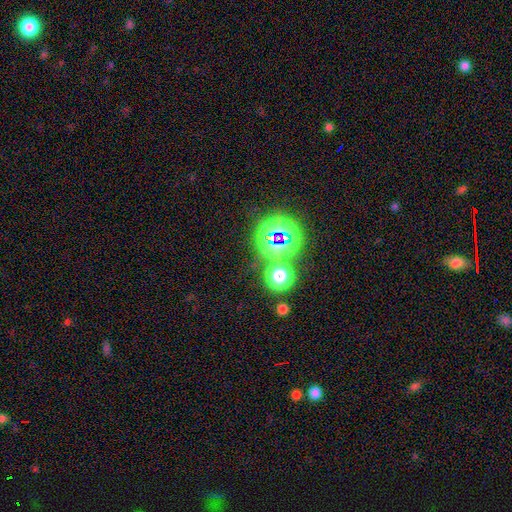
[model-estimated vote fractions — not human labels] star or artifact 71%, smooth 21%, featured or disk 8%.